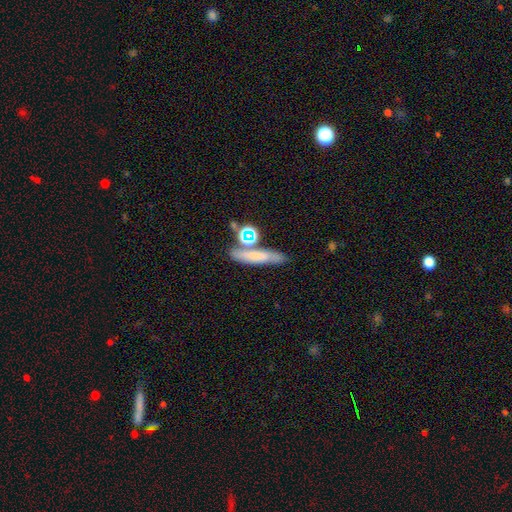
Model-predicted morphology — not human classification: Smooth or featured? smooth (61%)
How rounded? cigar-shaped (66%)
Merging? none (67%)